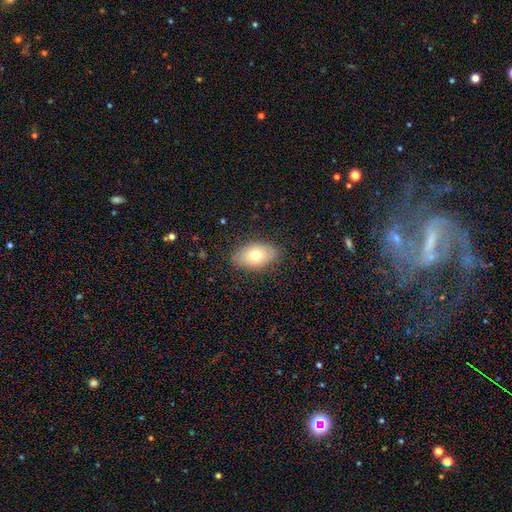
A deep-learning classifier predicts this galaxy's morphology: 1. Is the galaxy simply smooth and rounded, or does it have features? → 70% smooth, 22% featured or disk, 8% star or artifact.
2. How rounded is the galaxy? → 91% in between, 8% round, 2% cigar-shaped.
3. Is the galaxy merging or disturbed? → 82% none, 13% minor disturbance, 3% major disturbance, 1% merger.